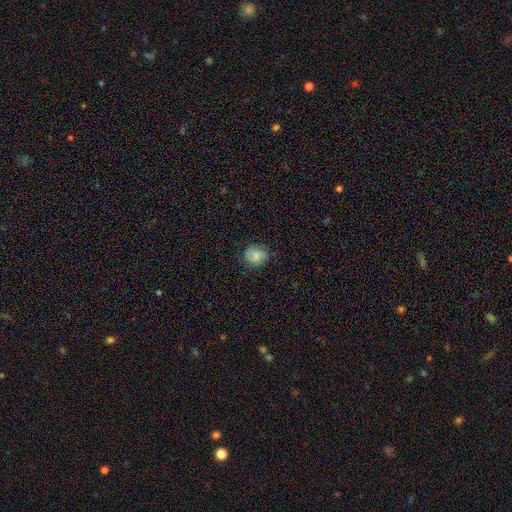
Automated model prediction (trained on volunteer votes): The model was most divided on "smooth or featured": smooth: 64%, featured or disk: 26%, star or artifact: 9%. More confident: merging — none (76%); how rounded — round (69%).